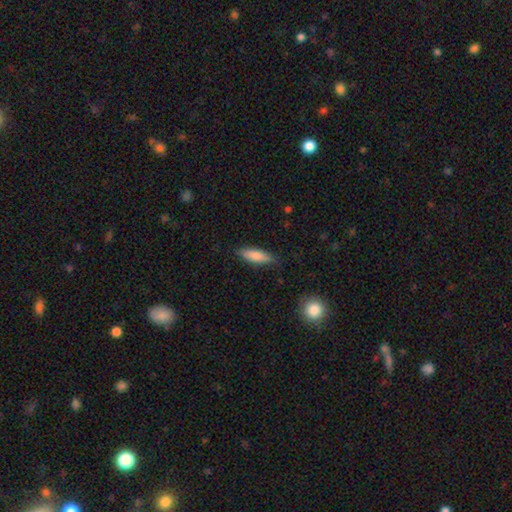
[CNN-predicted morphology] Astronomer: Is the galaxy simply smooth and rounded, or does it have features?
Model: smooth — 81%.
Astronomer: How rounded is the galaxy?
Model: cigar-shaped — 49%, tied with in between at 49%.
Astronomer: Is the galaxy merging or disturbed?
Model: none — 83%.